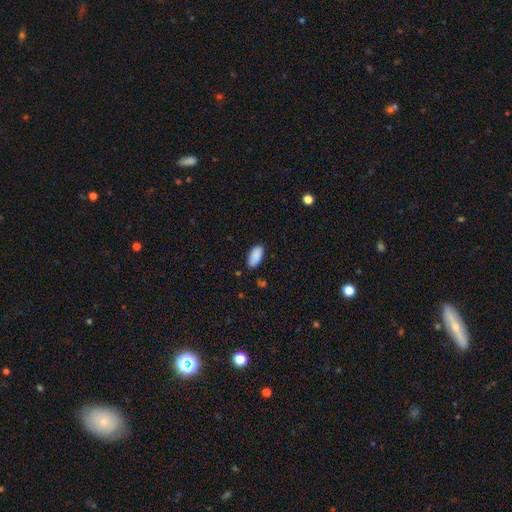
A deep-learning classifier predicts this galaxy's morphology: Smooth or featured?
  - smooth: 89% *
  - star or artifact: 7%
  - featured or disk: 4%
How rounded?
  - in between: 94% *
  - cigar-shaped: 4%
  - round: 2%
Merging?
  - none: 79% *
  - minor disturbance: 17%
  - major disturbance: 3%
  - merger: 2%